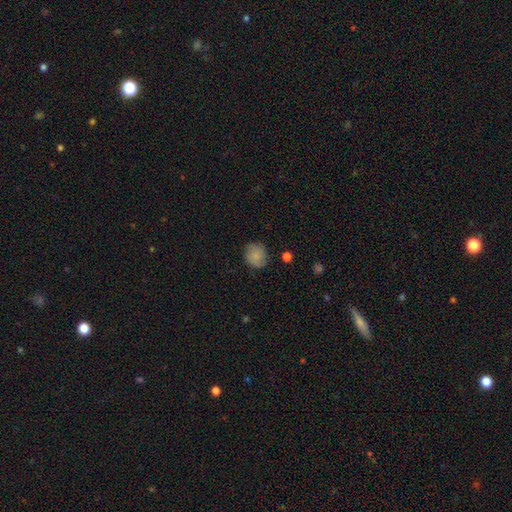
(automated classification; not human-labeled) This is likely a smooth galaxy (80%). How rounded: likely round (77%). Merging: likely none (78%).